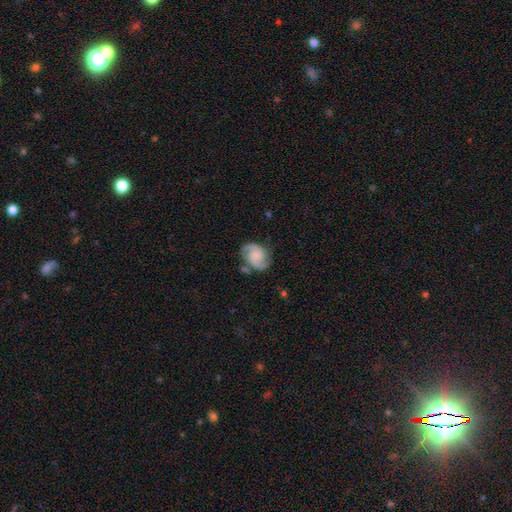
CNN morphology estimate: smooth-or-featured: featured or disk: 84% | smooth: 11% | star or artifact: 6%
  disk-edge-on: no: 98% | yes: 2%
    bar: no: 61% | weak: 32% | strong: 7%
    has-spiral-arms: yes: 97% | no: 3%
      spiral-winding: medium: 53% | tight: 28% | loose: 18%
      spiral-arm-count: 2: 92% | can't tell: 3% | 3: 2% | 1: 2% | 4: 1% | more than 4: 1%
    bulge-size: none: 40% | small: 33% | moderate: 19% | large: 6% | dominant: 2%
  merging: none: 73% | minor disturbance: 16% | major disturbance: 6% | merger: 6%